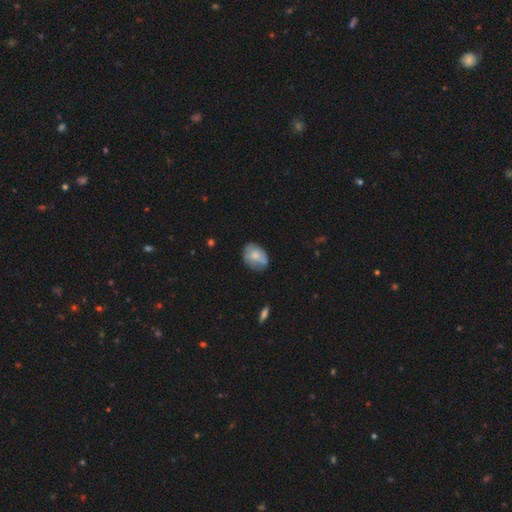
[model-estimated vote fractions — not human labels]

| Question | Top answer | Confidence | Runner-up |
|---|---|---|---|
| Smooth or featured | smooth | 68% | featured or disk (25%) |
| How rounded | in between | 75% | round (24%) |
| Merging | none | 57% | minor disturbance (32%) |